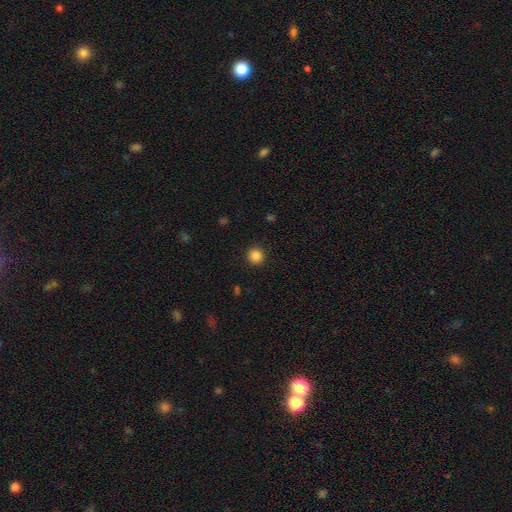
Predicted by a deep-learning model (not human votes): smooth 86%, star or artifact 10%, featured or disk 4%. Down the decision tree: how rounded — round (93%); merging — none (92%).